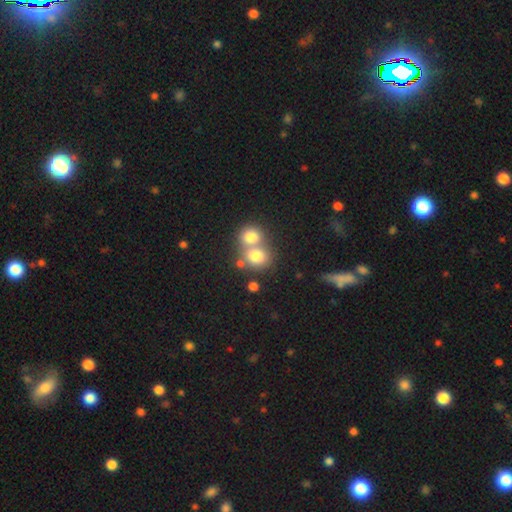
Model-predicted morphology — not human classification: smooth 76%, featured or disk 13%, star or artifact 11%. Down the decision tree: how rounded — round (70%); merging — merger (58%).